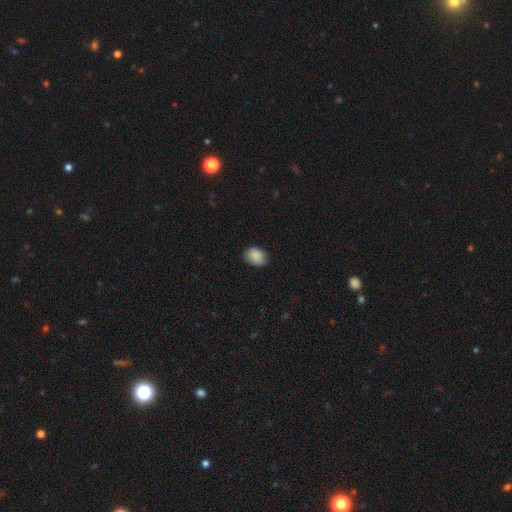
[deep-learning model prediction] This is clearly a smooth galaxy (89%). How rounded: likely in between (64%). Merging: clearly none (81%).